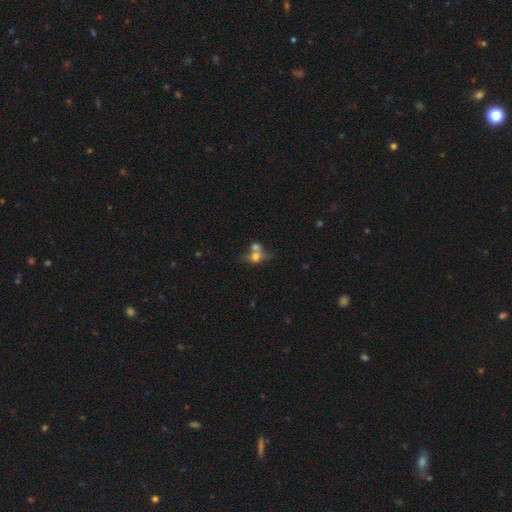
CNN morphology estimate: smooth-or-featured: smooth: 60% | featured or disk: 28% | star or artifact: 13%
  how-rounded: round: 55% | in between: 40% | cigar-shaped: 5%
  merging: merger: 54% | none: 30% | minor disturbance: 9% | major disturbance: 7%